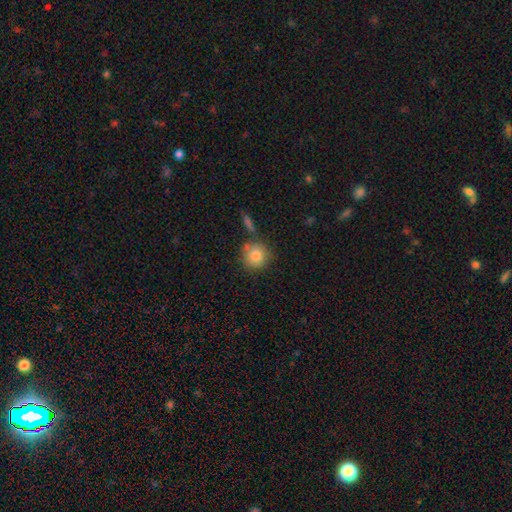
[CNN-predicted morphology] Q: Smooth or featured?
A: smooth (83%); runner-up: featured or disk (9%)
Q: How rounded?
A: round (91%); runner-up: in between (8%)
Q: Merging?
A: none (71%); runner-up: minor disturbance (13%)